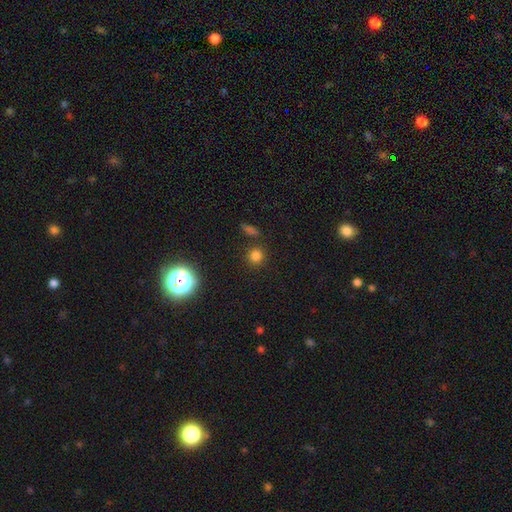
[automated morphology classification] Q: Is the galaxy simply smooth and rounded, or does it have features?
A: smooth — 76%.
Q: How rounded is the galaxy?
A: round — 90%.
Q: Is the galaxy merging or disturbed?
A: none — 84%.